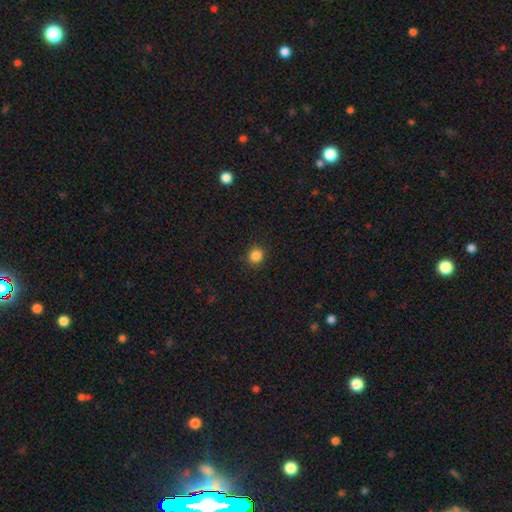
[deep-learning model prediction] Smooth or featured? smooth (85%)
How rounded? round (92%)
Merging? none (90%)